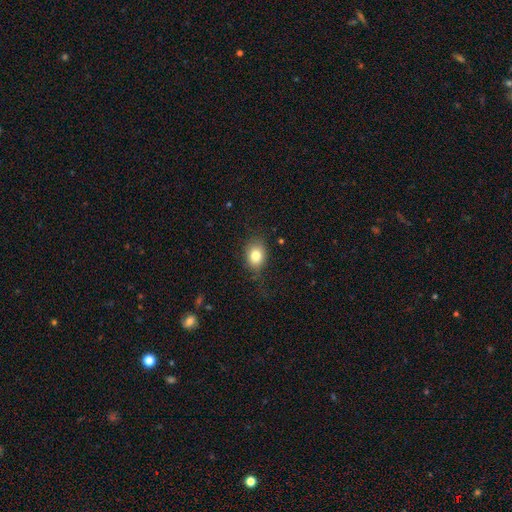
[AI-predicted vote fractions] smooth-or-featured: smooth: 80% | star or artifact: 10% | featured or disk: 10%
  how-rounded: in between: 58% | round: 41% | cigar-shaped: 1%
  merging: none: 72% | minor disturbance: 20% | major disturbance: 7% | merger: 1%